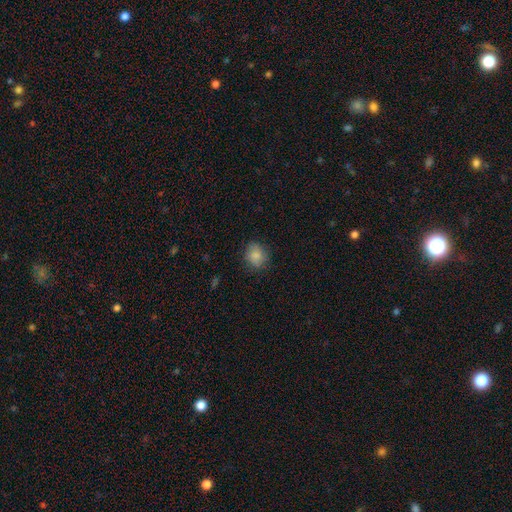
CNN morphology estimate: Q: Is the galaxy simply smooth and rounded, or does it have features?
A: smooth — 85%.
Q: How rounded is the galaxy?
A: round — 70%.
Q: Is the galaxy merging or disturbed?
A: none — 82%.